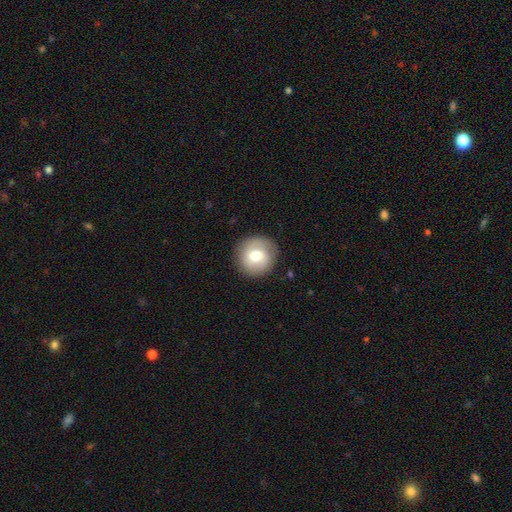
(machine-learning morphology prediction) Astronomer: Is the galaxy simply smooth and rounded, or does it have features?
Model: smooth — 68%.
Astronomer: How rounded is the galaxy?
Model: round — 94%.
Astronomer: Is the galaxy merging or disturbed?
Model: none — 87%.